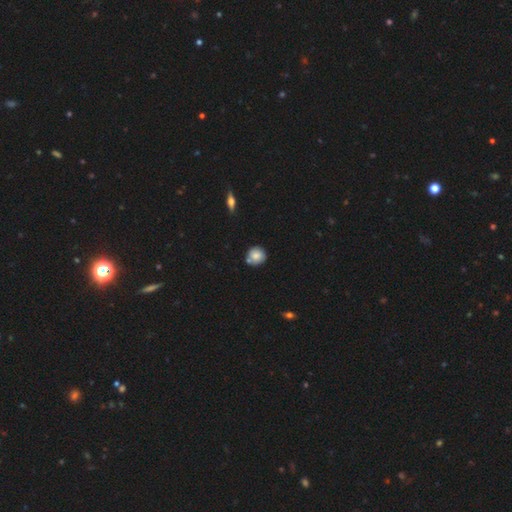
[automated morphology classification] smooth_or_featured: smooth (p=0.79) [alt: featured or disk p=0.13]
how_rounded: round (p=0.89) [alt: in between p=0.10]
merging: none (p=0.72) [alt: minor disturbance p=0.15]